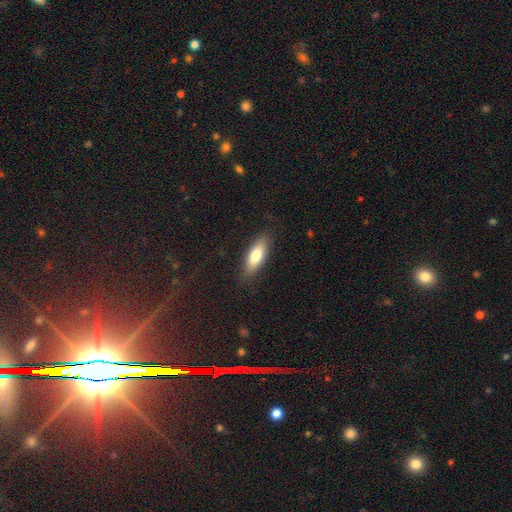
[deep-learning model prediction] Smooth or featured? smooth (77%)
How rounded? in between (62%)
Merging? none (84%)